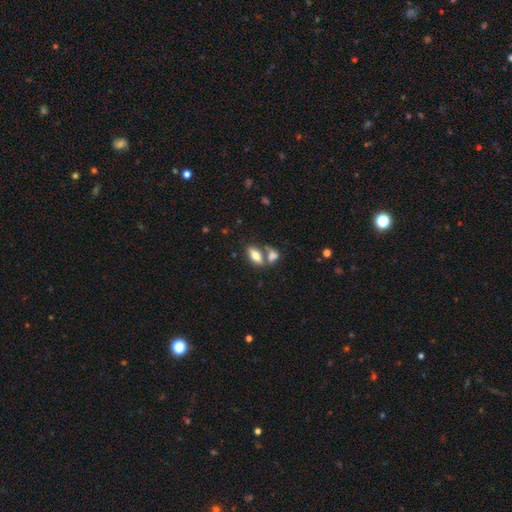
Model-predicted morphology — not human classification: type=smooth (70%); roundness=in between (79%); merging=none (49%).